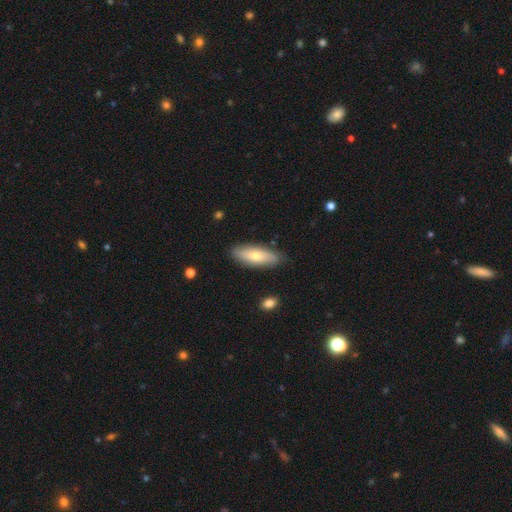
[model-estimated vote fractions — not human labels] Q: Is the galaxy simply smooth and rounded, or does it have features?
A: smooth — 66%.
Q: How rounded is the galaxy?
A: in between — 69%.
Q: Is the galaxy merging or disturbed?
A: none — 82%.